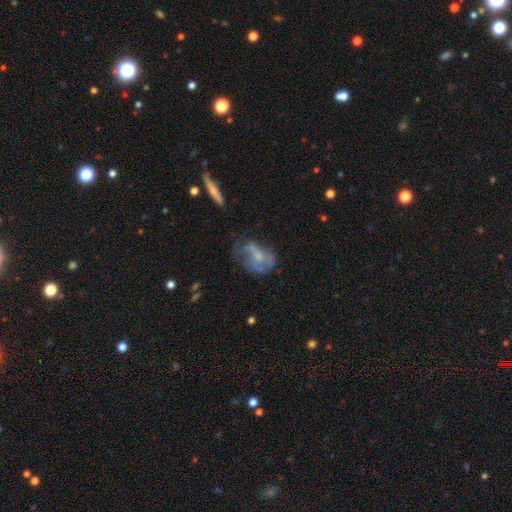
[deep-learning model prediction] Smooth or featured? featured or disk (56%)
Edge-on disk? no (94%)
Bar? no (69%)
Spiral arms? yes (54%)
Bulge size? small (49%)
Merging? none (45%)